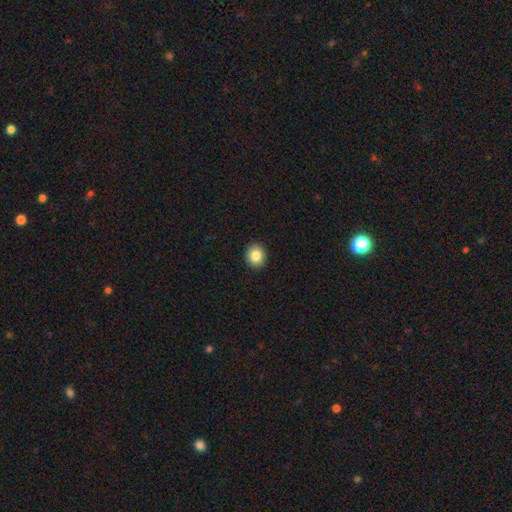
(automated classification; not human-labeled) This appears to be a smooth galaxy with no disk features (85%) that is round (76%). Merging: none (91%).